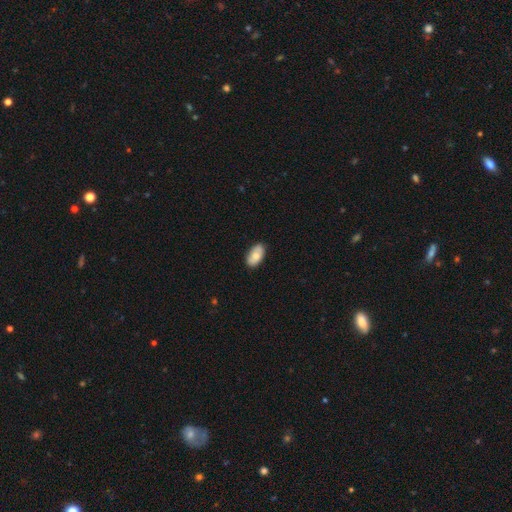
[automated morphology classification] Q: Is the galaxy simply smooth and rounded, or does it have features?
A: smooth — 74%.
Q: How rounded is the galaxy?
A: in between — 94%.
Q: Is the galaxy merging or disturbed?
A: none — 83%.